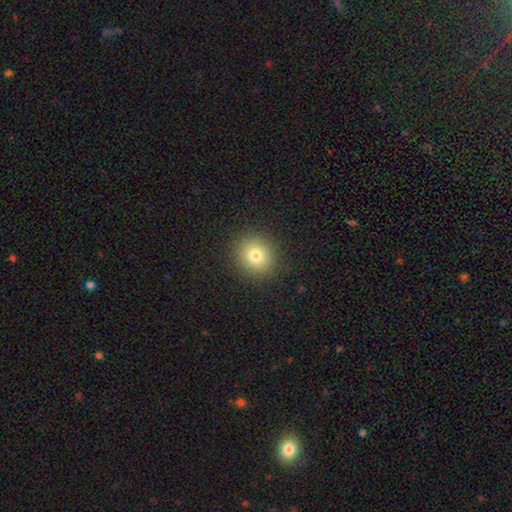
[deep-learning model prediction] smooth-or-featured: smooth: 78% | star or artifact: 13% | featured or disk: 9%
  how-rounded: round: 86% | in between: 13% | cigar-shaped: 1%
  merging: none: 90% | minor disturbance: 7% | major disturbance: 3% | merger: 1%